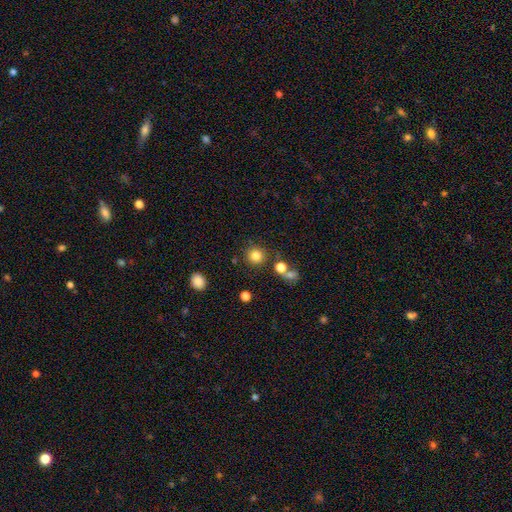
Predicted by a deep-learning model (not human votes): Smooth or featured?
  - smooth: 82% *
  - star or artifact: 13%
  - featured or disk: 6%
How rounded?
  - round: 93% *
  - in between: 6%
  - cigar-shaped: 1%
Merging?
  - none: 82% *
  - minor disturbance: 8%
  - merger: 7%
  - major disturbance: 3%